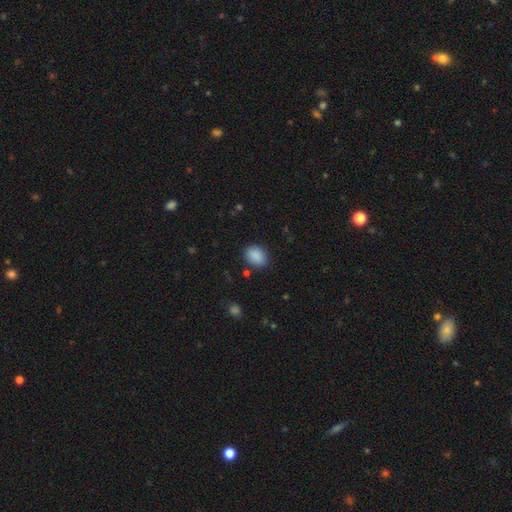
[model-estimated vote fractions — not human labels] This is clearly a smooth galaxy (89%). How rounded: possibly in between (58%). Merging: clearly none (83%).